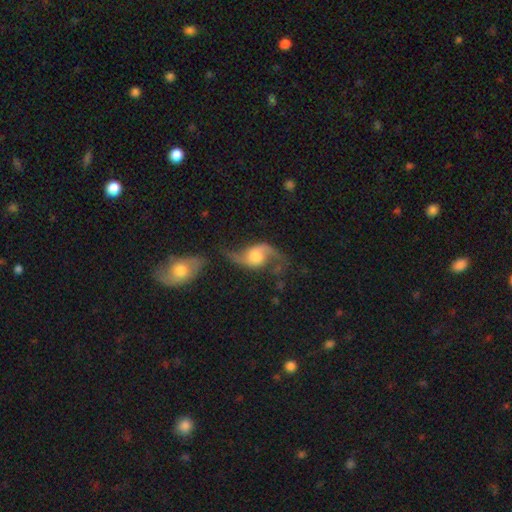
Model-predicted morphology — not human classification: Overall: featured or disk (86%). Edge-on disk: no (96%). Bar: no (60%; weak 32%). Spiral arms: yes (96%). Spiral arm count: 2 (92%). Spiral winding: loose (80%). Bulge size: moderate (42%; large 30%). Merging: none (54%; minor disturbance 19%).